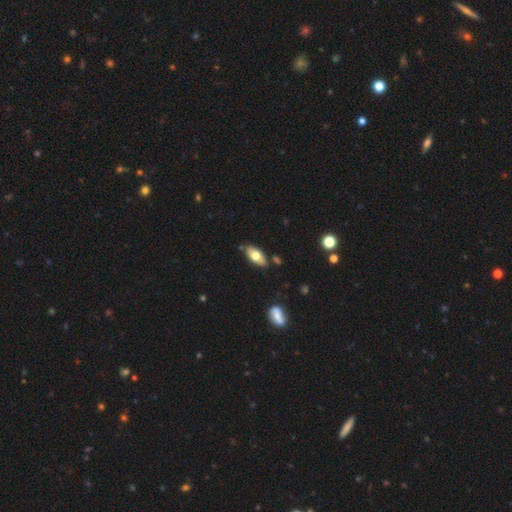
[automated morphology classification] Q: Smooth or featured?
A: smooth (70%); runner-up: featured or disk (24%)
Q: How rounded?
A: in between (88%); runner-up: cigar-shaped (10%)
Q: Merging?
A: none (79%); runner-up: minor disturbance (14%)